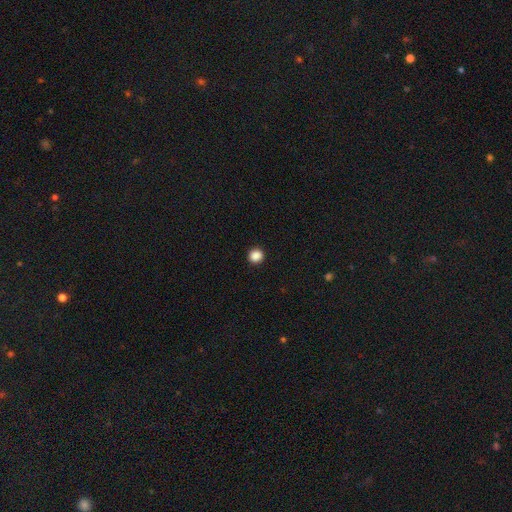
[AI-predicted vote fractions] A smooth galaxy with no disk features (87%) that is round (91%).

Vote fractions:
- Smooth or featured? smooth: 87% / star or artifact: 11% / featured or disk: 2%
- How rounded? round: 91% / in between: 8% / cigar-shaped: 1%
- Merging? none: 93% / minor disturbance: 5% / major disturbance: 2% / merger: 1%